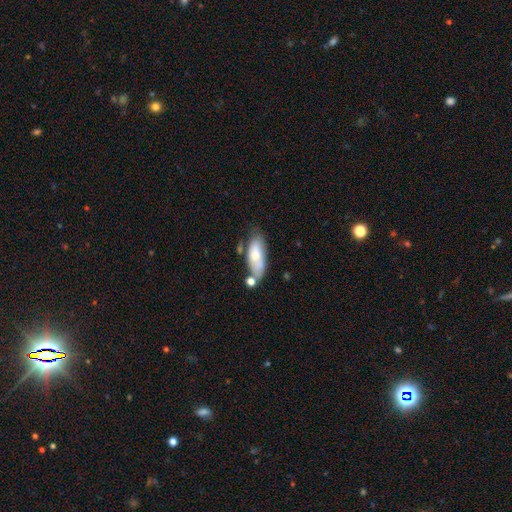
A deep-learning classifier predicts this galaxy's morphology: The model was most divided on "merging": none: 52%, minor disturbance: 24%, merger: 16%, major disturbance: 8%. More confident: how rounded — in between (76%); smooth or featured — smooth (69%).